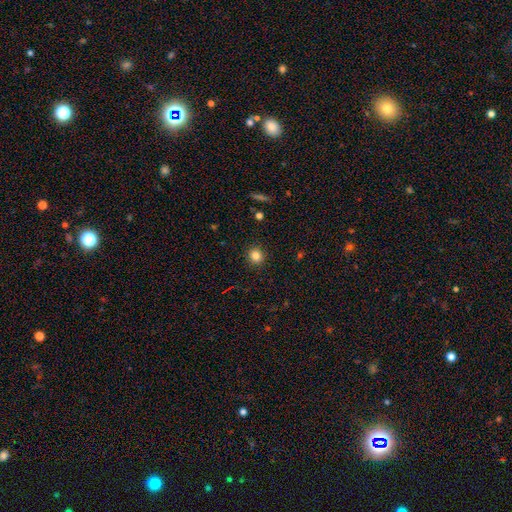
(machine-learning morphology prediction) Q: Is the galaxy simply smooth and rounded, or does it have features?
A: smooth — 83%.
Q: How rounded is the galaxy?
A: round — 90%.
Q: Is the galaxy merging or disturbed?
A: none — 91%.